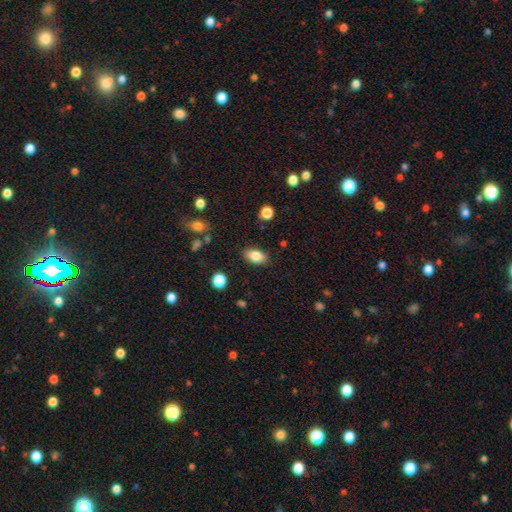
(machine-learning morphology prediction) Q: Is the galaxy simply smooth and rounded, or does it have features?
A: smooth — 84%.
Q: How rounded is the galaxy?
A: in between — 90%.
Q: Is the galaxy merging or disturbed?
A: none — 86%.